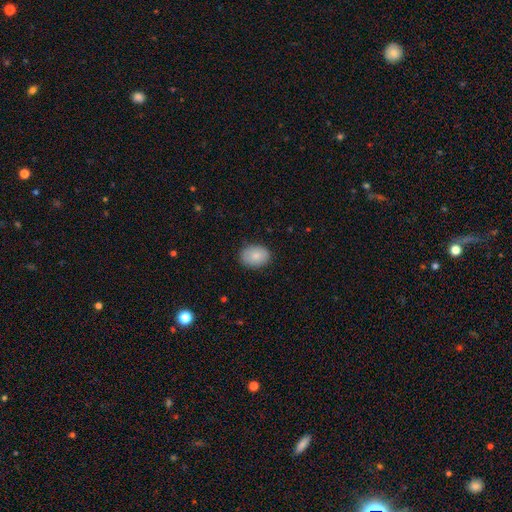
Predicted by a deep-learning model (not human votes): smooth_or_featured: smooth (p=0.83) [alt: featured or disk p=0.10]
how_rounded: in between (p=0.71) [alt: round p=0.28]
merging: none (p=0.84) [alt: minor disturbance p=0.13]